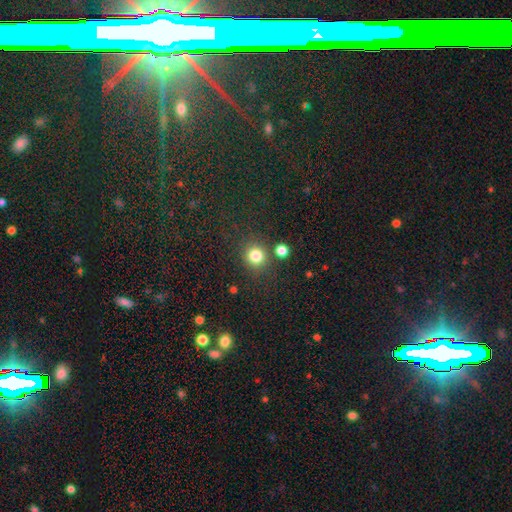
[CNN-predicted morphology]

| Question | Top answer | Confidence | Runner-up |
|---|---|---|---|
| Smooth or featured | smooth | 81% | star or artifact (14%) |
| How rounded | round | 88% | in between (11%) |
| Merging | none | 78% | merger (10%) |